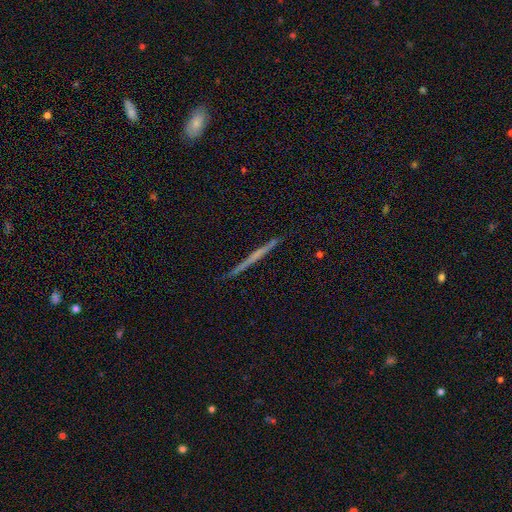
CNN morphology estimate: This appears to be a featured or disk galaxy (55%) viewed edge-on (98%) with no central bulge (90%). Merging: none (92%).